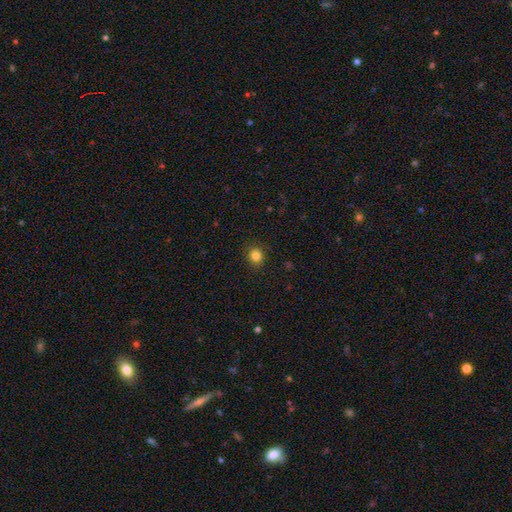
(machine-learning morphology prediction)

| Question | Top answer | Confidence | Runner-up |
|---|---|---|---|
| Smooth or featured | smooth | 84% | star or artifact (12%) |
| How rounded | round | 81% | in between (18%) |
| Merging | none | 90% | minor disturbance (7%) |